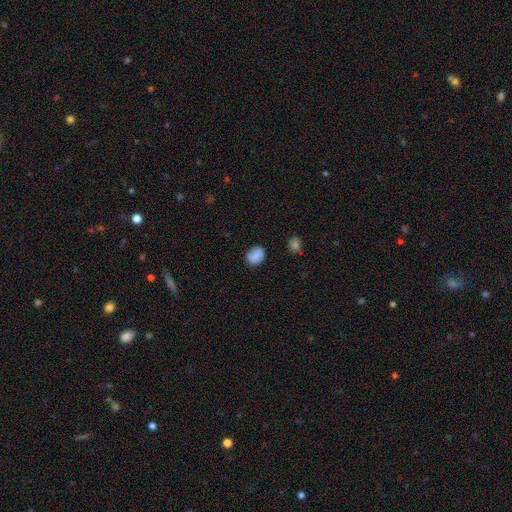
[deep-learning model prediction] Smooth or featured?
  - smooth: 76% *
  - featured or disk: 14%
  - star or artifact: 10%
How rounded?
  - in between: 51% *
  - round: 48%
  - cigar-shaped: 1%
Merging?
  - none: 78% *
  - minor disturbance: 15%
  - major disturbance: 4%
  - merger: 2%